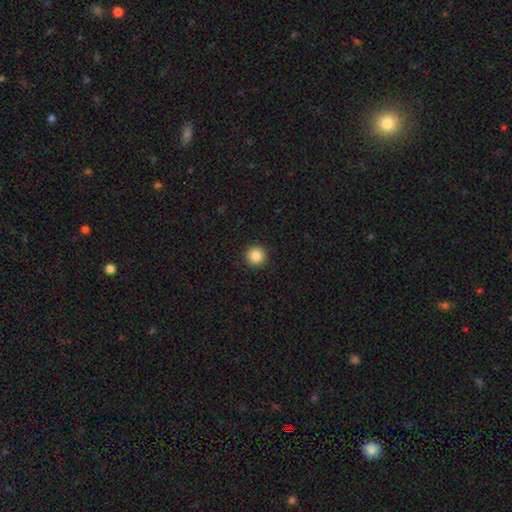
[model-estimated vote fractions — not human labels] Smooth or featured: smooth — 87% (star or artifact — 10%)
How rounded: round — 96% (in between — 3%)
Merging: none — 93% (minor disturbance — 4%)